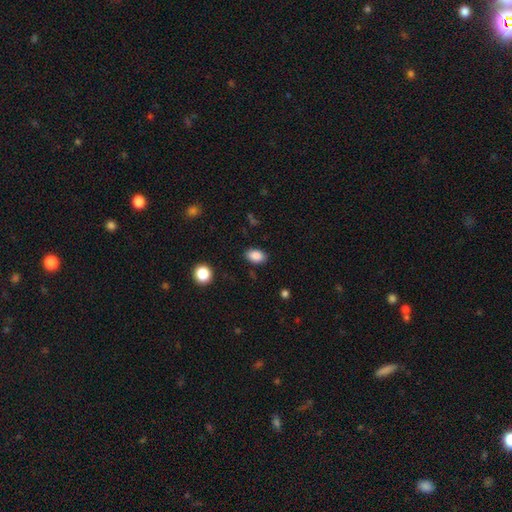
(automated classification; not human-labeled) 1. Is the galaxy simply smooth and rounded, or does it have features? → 86% smooth, 9% star or artifact, 5% featured or disk.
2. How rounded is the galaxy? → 84% in between, 15% round, 1% cigar-shaped.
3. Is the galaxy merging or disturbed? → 86% none, 10% minor disturbance, 3% major disturbance, 1% merger.